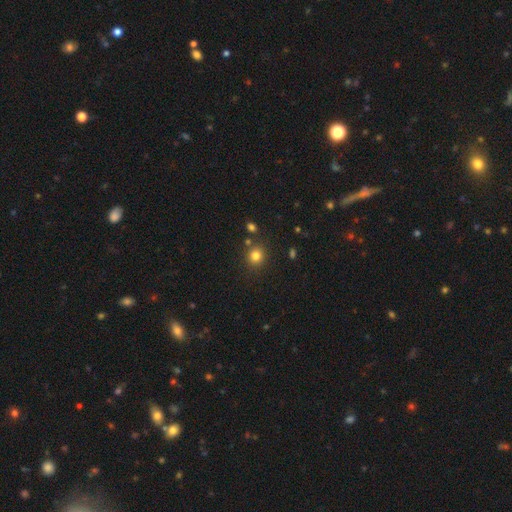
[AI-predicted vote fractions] This is clearly a smooth galaxy (80%). How rounded: clearly round (88%). Merging: clearly none (83%).